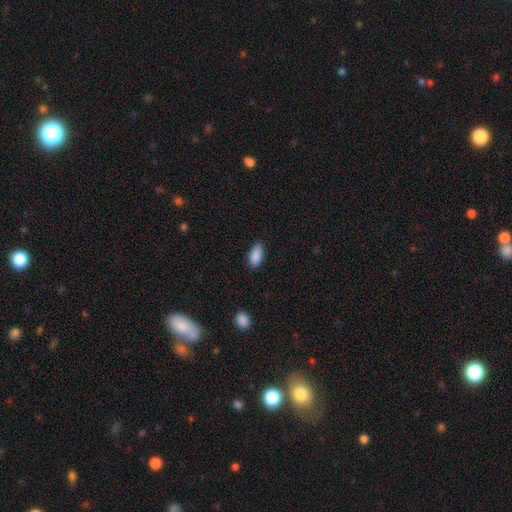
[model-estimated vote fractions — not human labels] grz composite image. It shows a smooth galaxy with no disk features (89%) that is in between round and cigar-shaped (88%). Merging: none (83%).